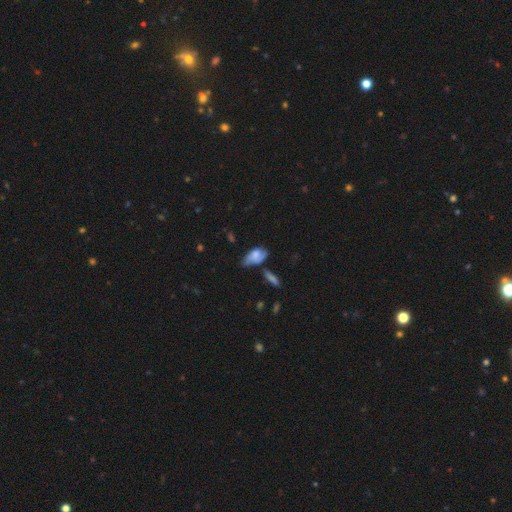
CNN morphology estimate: smooth 52%, featured or disk 40%, star or artifact 8%. Down the decision tree: how rounded — in between (88%); merging — none (39%).